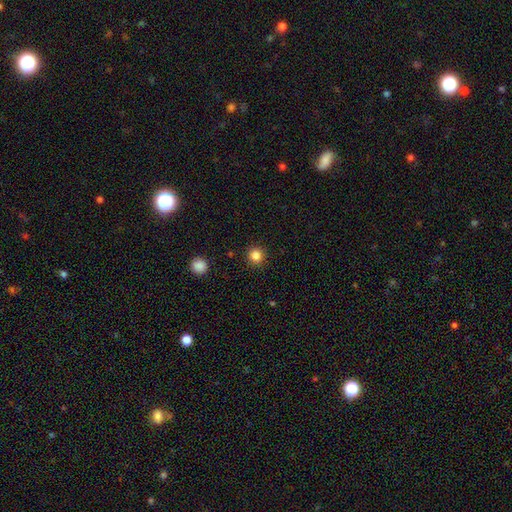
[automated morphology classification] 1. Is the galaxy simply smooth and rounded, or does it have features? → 84% smooth, 12% star or artifact, 4% featured or disk.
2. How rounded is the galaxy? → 93% round, 6% in between, 1% cigar-shaped.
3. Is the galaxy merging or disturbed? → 91% none, 6% minor disturbance, 2% major disturbance, 1% merger.